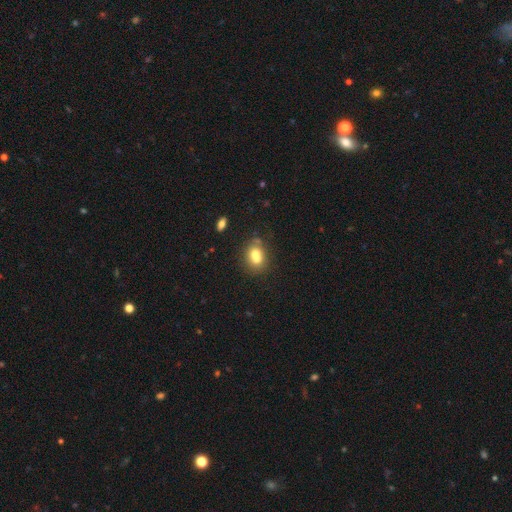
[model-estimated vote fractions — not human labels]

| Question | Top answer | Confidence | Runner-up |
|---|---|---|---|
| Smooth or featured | smooth | 70% | featured or disk (20%) |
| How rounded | in between | 59% | round (39%) |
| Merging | merger | 42% | none (39%) |